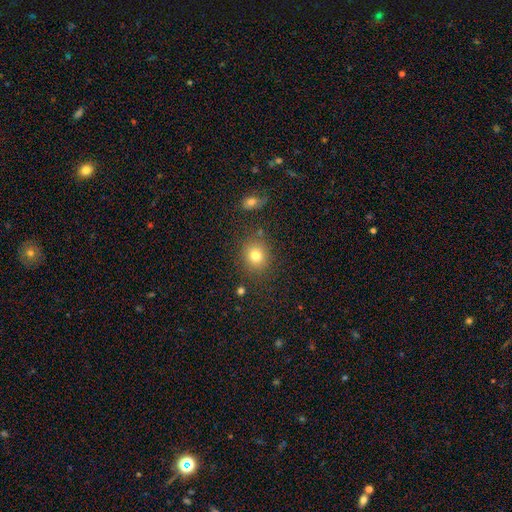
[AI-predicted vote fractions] Q: Smooth or featured?
A: smooth (79%); runner-up: star or artifact (13%)
Q: How rounded?
A: round (78%); runner-up: in between (21%)
Q: Merging?
A: none (82%); runner-up: minor disturbance (10%)